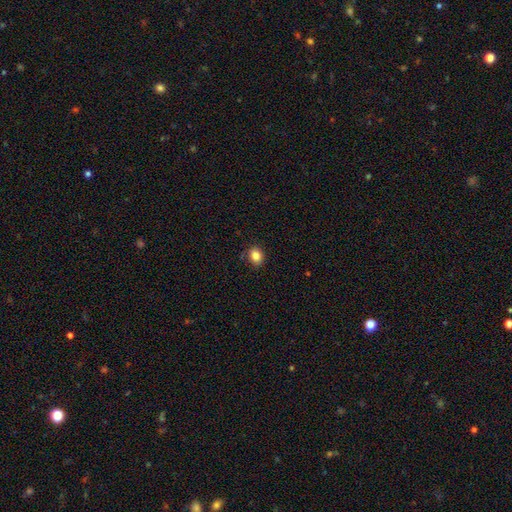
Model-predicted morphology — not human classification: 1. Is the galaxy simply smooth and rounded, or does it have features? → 85% smooth, 10% star or artifact, 5% featured or disk.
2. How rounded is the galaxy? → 50% round, 49% in between, 1% cigar-shaped.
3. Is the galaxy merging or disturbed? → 83% none, 13% minor disturbance, 3% major disturbance, 2% merger.